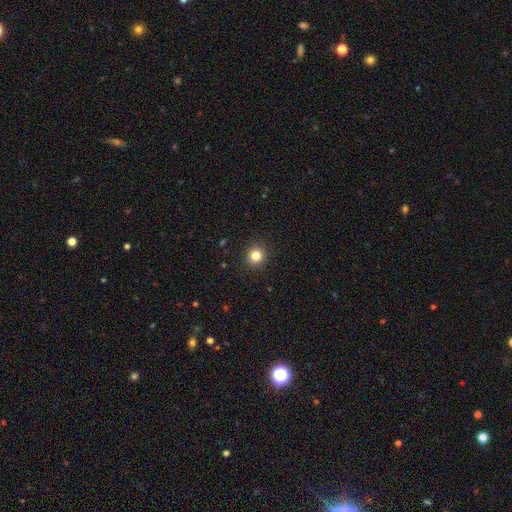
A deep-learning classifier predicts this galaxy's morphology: Smooth or featured?
  - smooth: 82% *
  - star or artifact: 12%
  - featured or disk: 6%
How rounded?
  - round: 92% *
  - in between: 7%
  - cigar-shaped: 1%
Merging?
  - none: 92% *
  - minor disturbance: 5%
  - major disturbance: 2%
  - merger: 1%